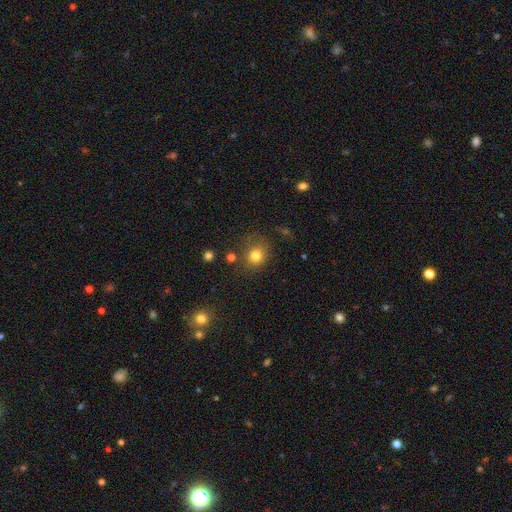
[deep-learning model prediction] Smooth or featured? Predicted: smooth (p=0.79). How rounded? Predicted: round (p=0.82). Merging? Predicted: none (p=0.76).